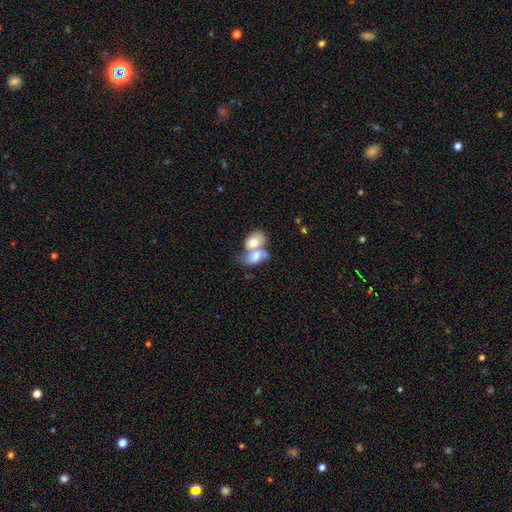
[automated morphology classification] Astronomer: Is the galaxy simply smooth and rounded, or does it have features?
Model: smooth — 66%.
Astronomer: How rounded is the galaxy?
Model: in between — 77%.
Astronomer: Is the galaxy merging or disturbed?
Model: merger — 78%.